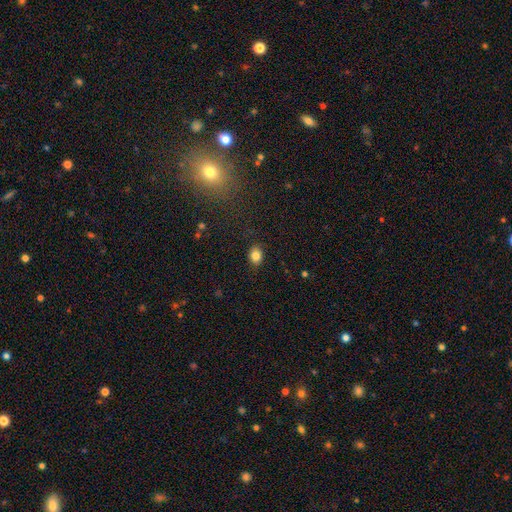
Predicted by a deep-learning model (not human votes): Smooth or featured? Predicted: smooth (p=0.83). How rounded? Predicted: in between (p=0.56). Merging? Predicted: none (p=0.87).